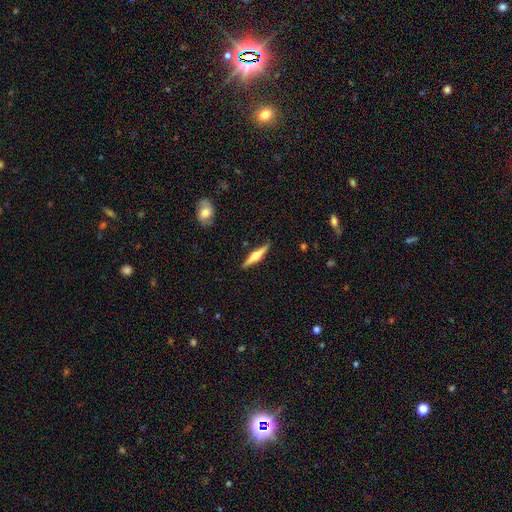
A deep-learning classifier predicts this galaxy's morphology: Q: Smooth or featured?
A: featured or disk (68%); runner-up: smooth (27%)
Q: Edge-on disk?
A: yes (97%); runner-up: no (3%)
Q: Edge-on bulge?
A: rounded (93%); runner-up: boxy (4%)
Q: Merging?
A: none (89%); runner-up: minor disturbance (8%)